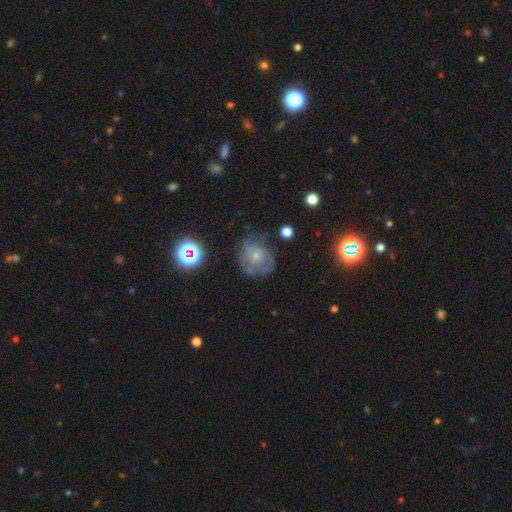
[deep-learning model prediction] A featured or disk galaxy (43%, tied with smooth). Merging: none (52%).